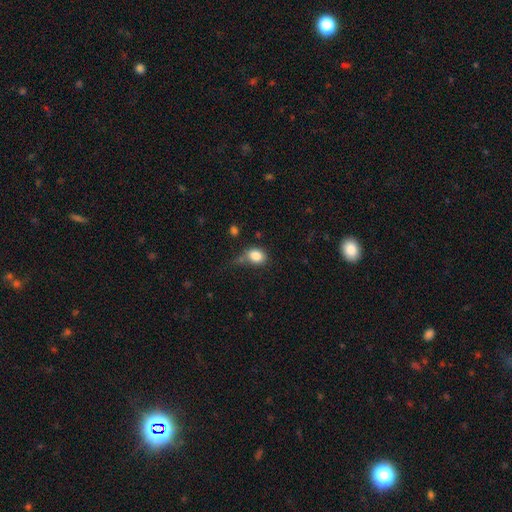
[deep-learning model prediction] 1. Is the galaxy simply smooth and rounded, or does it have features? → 84% smooth, 9% star or artifact, 7% featured or disk.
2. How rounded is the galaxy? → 57% in between, 41% round, 1% cigar-shaped.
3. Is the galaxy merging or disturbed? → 52% none, 27% minor disturbance, 11% major disturbance, 9% merger.